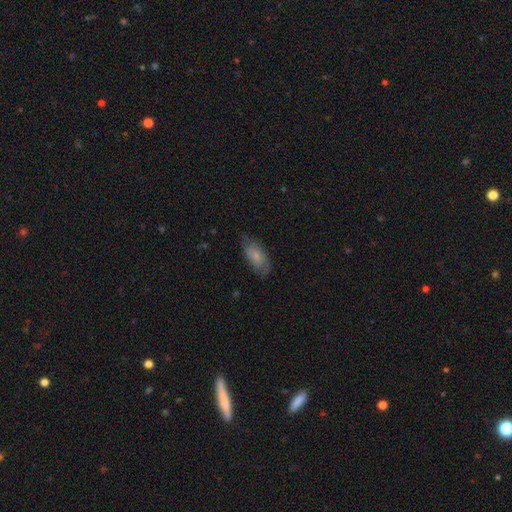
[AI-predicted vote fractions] Smooth or featured? Predicted: smooth (p=0.68). How rounded? Predicted: in between (p=0.88). Merging? Predicted: none (p=0.70).